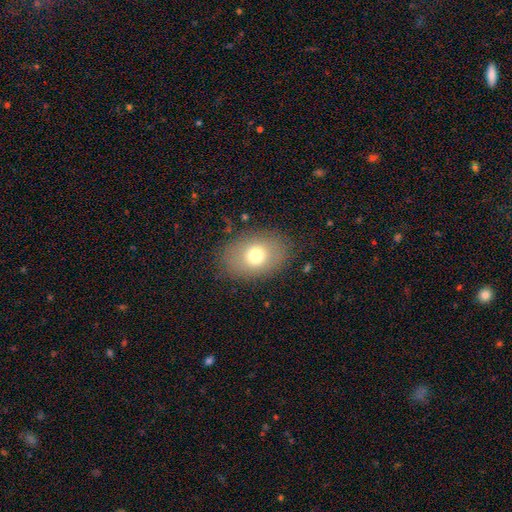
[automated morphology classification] smooth 73%, featured or disk 16%, star or artifact 11%. Down the decision tree: how rounded — in between (72%); merging — none (83%).